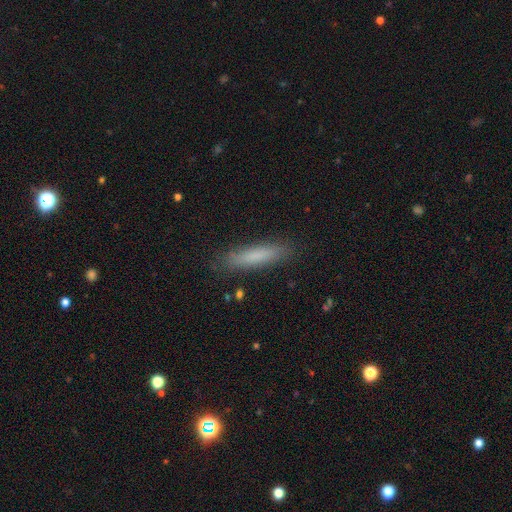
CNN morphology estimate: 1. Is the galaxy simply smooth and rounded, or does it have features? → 78% smooth, 15% featured or disk, 7% star or artifact.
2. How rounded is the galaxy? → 84% cigar-shaped, 14% in between, 1% round.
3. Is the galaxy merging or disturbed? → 87% none, 10% minor disturbance, 2% major disturbance, 1% merger.